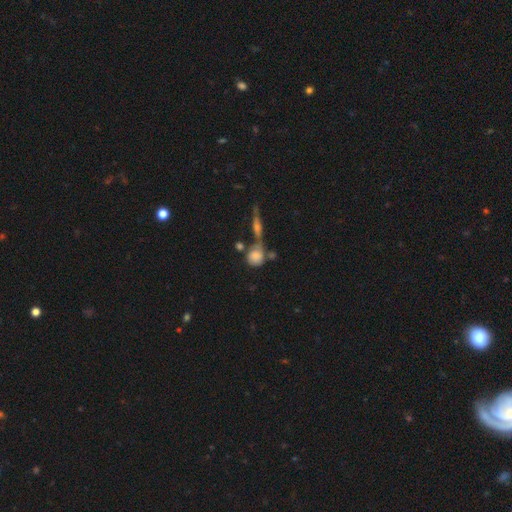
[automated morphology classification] Overall: smooth (74%). How rounded: round (76%). Merging: none (43%; merger 34%).